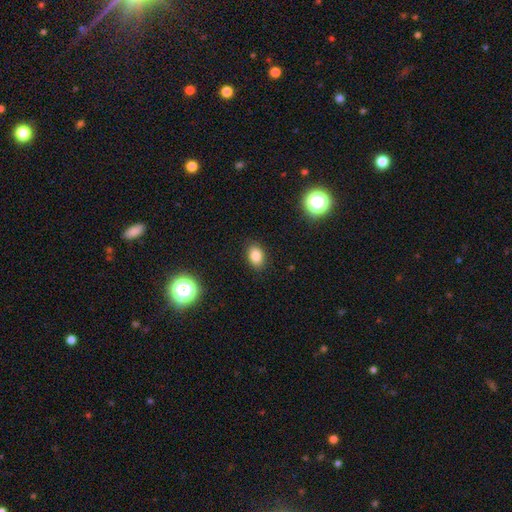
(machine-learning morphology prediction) A smooth galaxy with no disk features (82%) that is in between round and cigar-shaped (79%). Merging: none (87%).